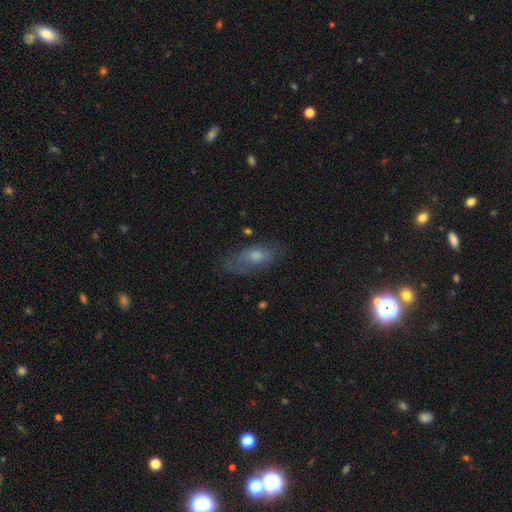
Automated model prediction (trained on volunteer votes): Smooth or featured?
  - smooth: 49% *
  - featured or disk: 36%
  - star or artifact: 15%
Merging?
  - none: 67% *
  - minor disturbance: 22%
  - major disturbance: 9%
  - merger: 2%